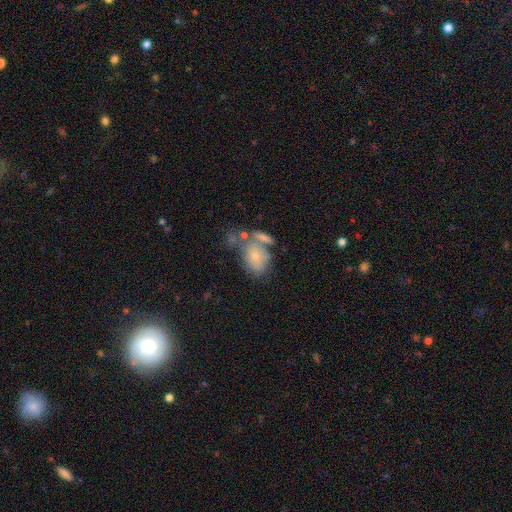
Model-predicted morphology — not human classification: type=smooth (71%); roundness=in between (78%); merging=none (38%).